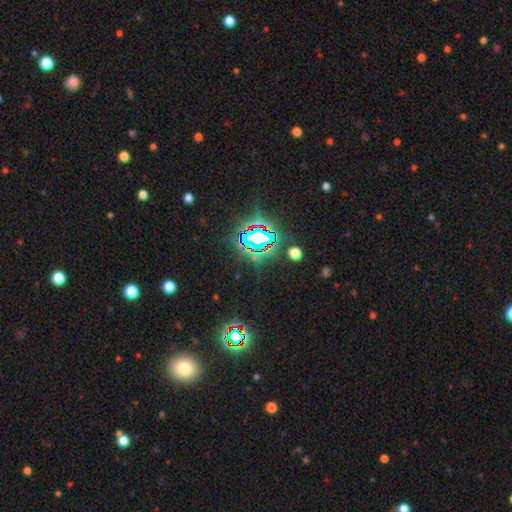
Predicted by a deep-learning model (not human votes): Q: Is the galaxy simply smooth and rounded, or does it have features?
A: star or artifact — 78%.